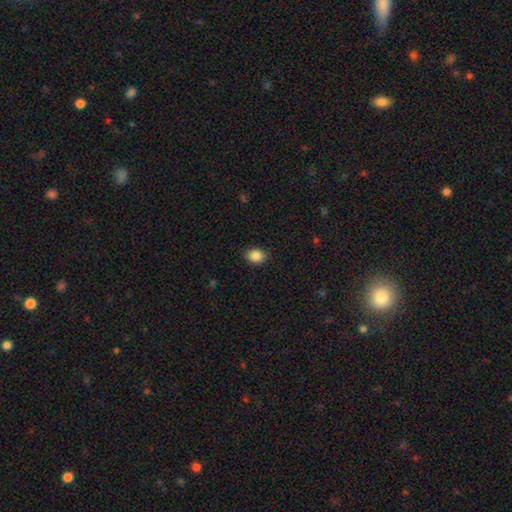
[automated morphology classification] Smooth or featured?
  - smooth: 87% *
  - star or artifact: 9%
  - featured or disk: 4%
How rounded?
  - in between: 53% *
  - round: 46%
  - cigar-shaped: 1%
Merging?
  - none: 85% *
  - minor disturbance: 11%
  - major disturbance: 3%
  - merger: 1%